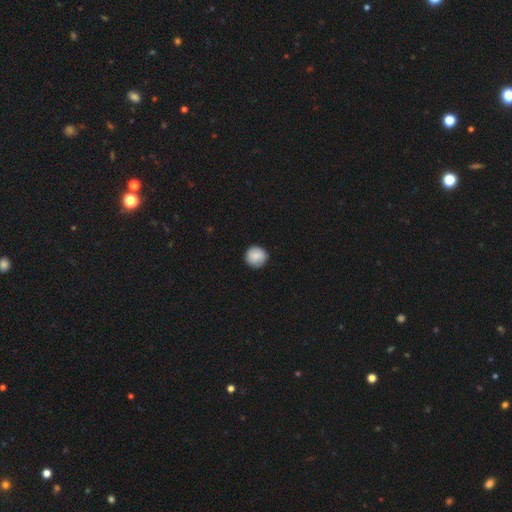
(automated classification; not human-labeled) Smooth or featured?
  - smooth: 87% *
  - star or artifact: 7%
  - featured or disk: 7%
How rounded?
  - round: 94% *
  - in between: 5%
  - cigar-shaped: 1%
Merging?
  - none: 88% *
  - minor disturbance: 9%
  - major disturbance: 2%
  - merger: 1%